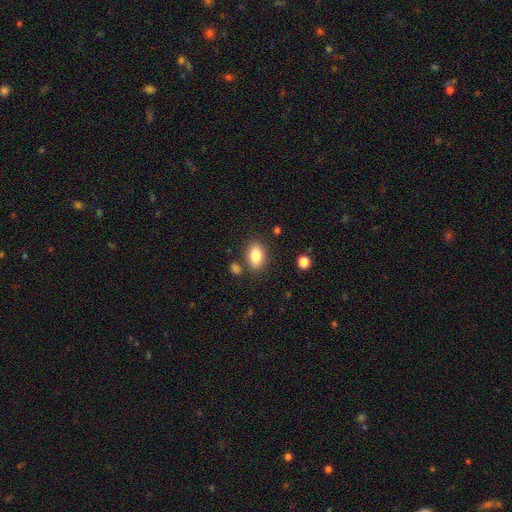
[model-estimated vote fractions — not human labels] Smooth or featured?
  - smooth: 85% *
  - star or artifact: 8%
  - featured or disk: 7%
How rounded?
  - in between: 86% *
  - round: 13%
  - cigar-shaped: 1%
Merging?
  - none: 78% *
  - minor disturbance: 12%
  - merger: 6%
  - major disturbance: 3%